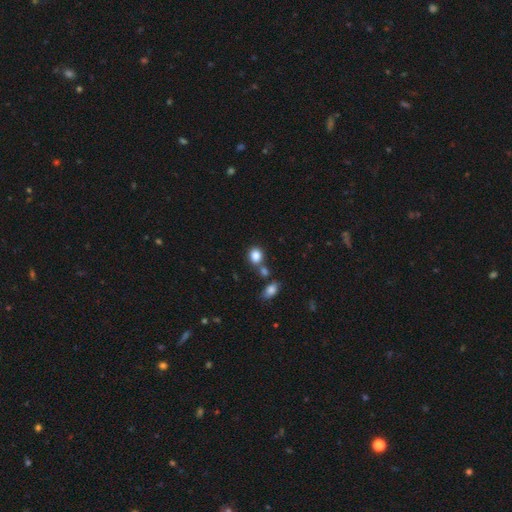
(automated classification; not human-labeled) Smooth or featured: smooth — 85% (star or artifact — 10%)
How rounded: round — 51% (in between — 47%)
Merging: none — 61% (merger — 22%)